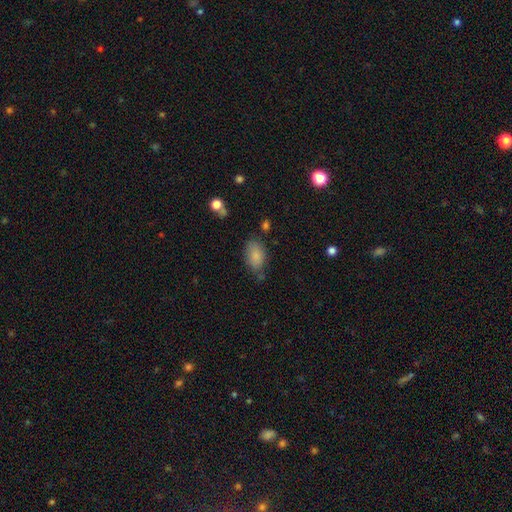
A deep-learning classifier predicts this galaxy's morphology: The model was most divided on "merging": none: 63%, minor disturbance: 26%, major disturbance: 7%, merger: 5%. More confident: how rounded — in between (91%); smooth or featured — smooth (84%).